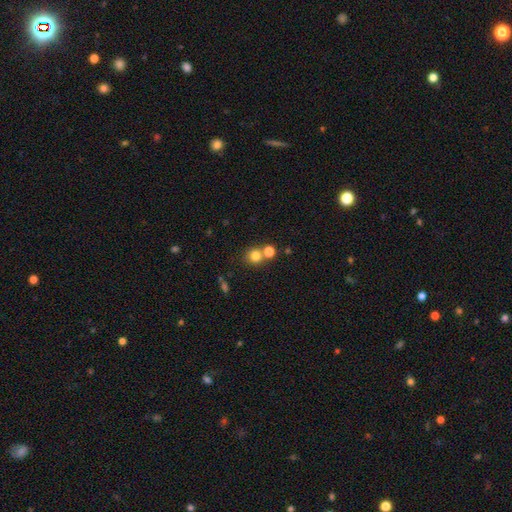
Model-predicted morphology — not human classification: Overall: smooth (79%). How rounded: round (87%). Merging: none (57%; merger 33%).